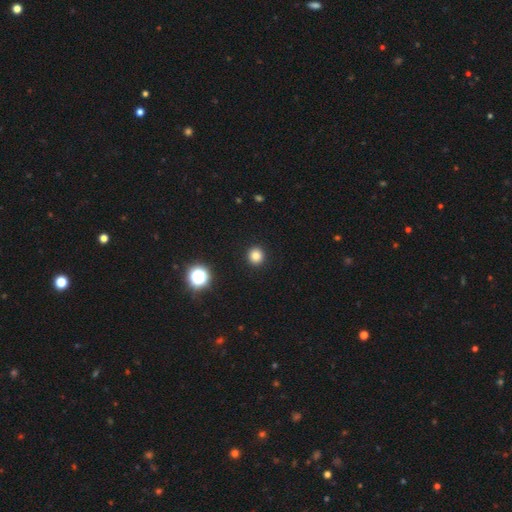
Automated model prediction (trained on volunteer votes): The model was most divided on "smooth or featured": smooth: 82%, star or artifact: 14%, featured or disk: 4%. More confident: merging — none (93%); how rounded — round (93%).